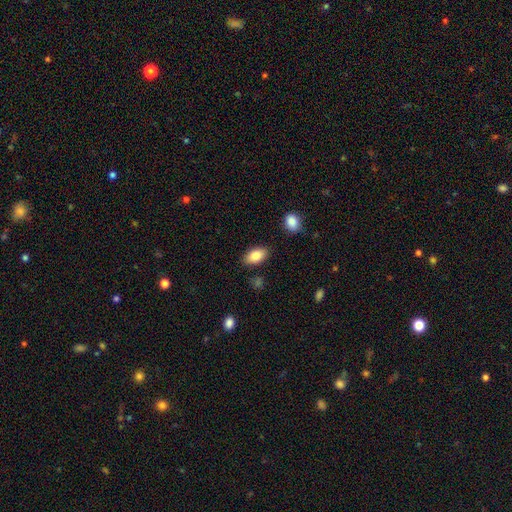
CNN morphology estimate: Smooth or featured? smooth (84%)
How rounded? in between (92%)
Merging? none (85%)